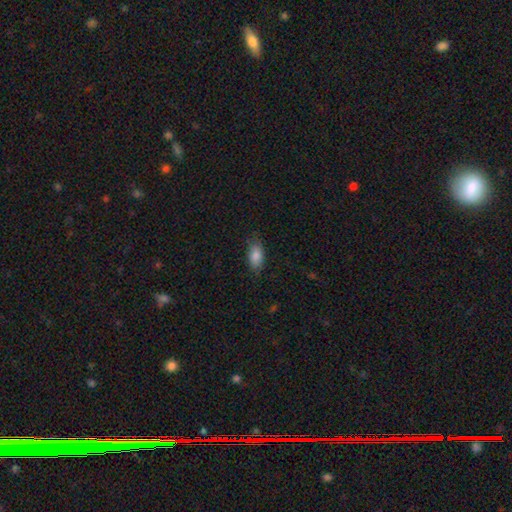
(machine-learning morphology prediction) This is clearly a smooth galaxy (86%). How rounded: clearly in between (90%). Merging: likely none (77%).